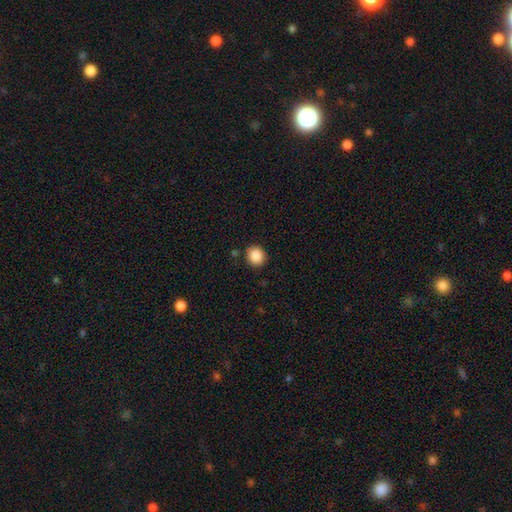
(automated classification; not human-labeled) smooth 87%, star or artifact 9%, featured or disk 3%. Down the decision tree: how rounded — round (85%); merging — none (88%).